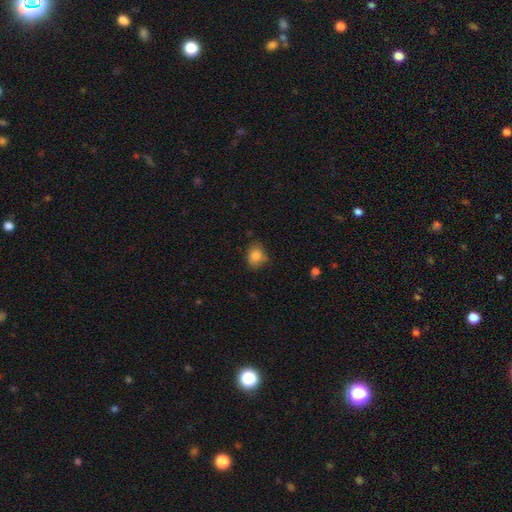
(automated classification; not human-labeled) smooth_or_featured: smooth (p=0.83) [alt: star or artifact p=0.09]
how_rounded: round (p=0.52) [alt: in between p=0.47]
merging: none (p=0.70) [alt: minor disturbance p=0.22]